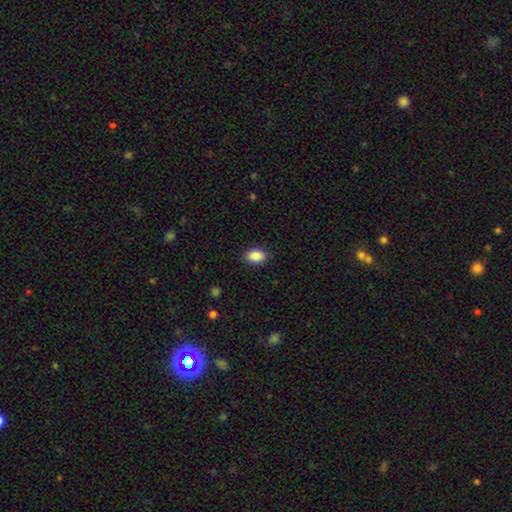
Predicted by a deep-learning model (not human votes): The model was most divided on "how rounded": in between: 86%, round: 12%, cigar-shaped: 1%. More confident: smooth or featured — smooth (89%); merging — none (87%).